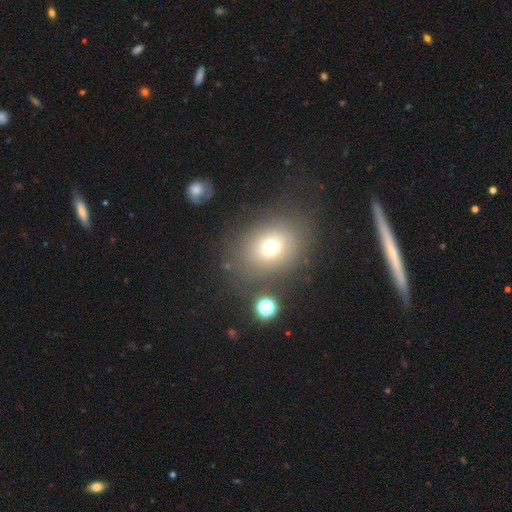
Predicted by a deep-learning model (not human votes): smooth_or_featured: smooth (p=0.61) [alt: star or artifact p=0.20]
how_rounded: round (p=0.49) [alt: in between p=0.48]
merging: none (p=0.81) [alt: minor disturbance p=0.10]